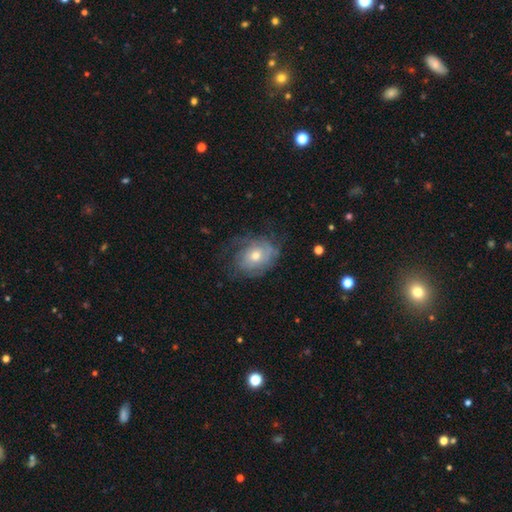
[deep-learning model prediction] Smooth or featured: featured or disk — 63% (smooth — 29%)
Edge-on disk: no — 96% (yes — 4%)
Bar: no — 82% (weak — 16%)
Spiral arms: yes — 73% (no — 27%)
Bulge size: moderate — 60% (small — 34%)
Merging: none — 58% (minor disturbance — 24%)